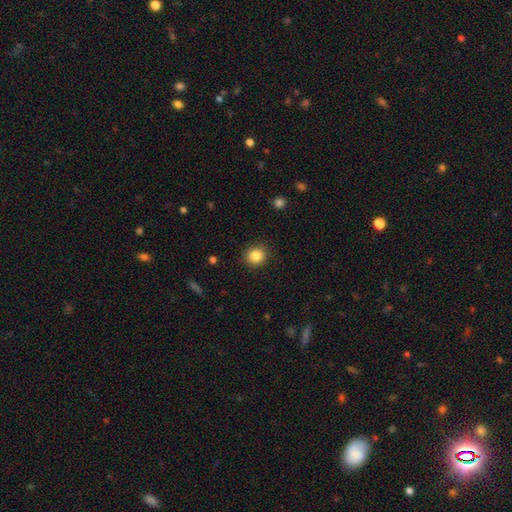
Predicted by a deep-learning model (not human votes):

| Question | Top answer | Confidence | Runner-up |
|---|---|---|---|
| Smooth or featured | smooth | 85% | star or artifact (10%) |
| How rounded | round | 85% | in between (14%) |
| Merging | none | 90% | minor disturbance (7%) |